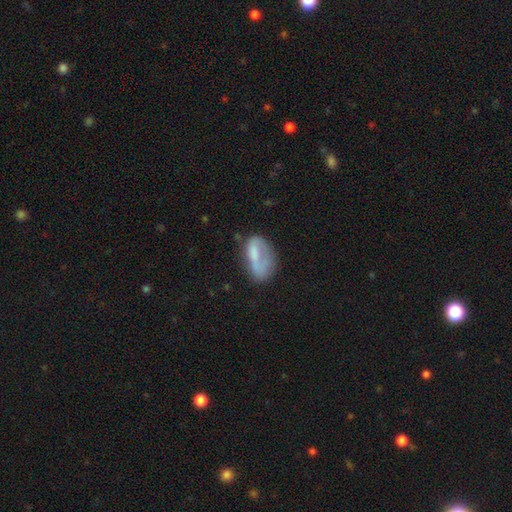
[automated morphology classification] Q: Smooth or featured?
A: smooth (61%); runner-up: featured or disk (31%)
Q: How rounded?
A: in between (88%); runner-up: round (7%)
Q: Merging?
A: none (38%); runner-up: major disturbance (29%)